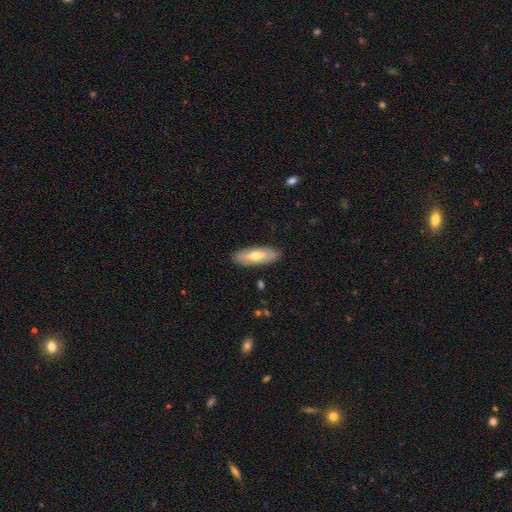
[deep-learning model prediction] Overall: smooth (57%; featured or disk 37%). How rounded: in between (68%; cigar-shaped 30%). Merging: none (88%).